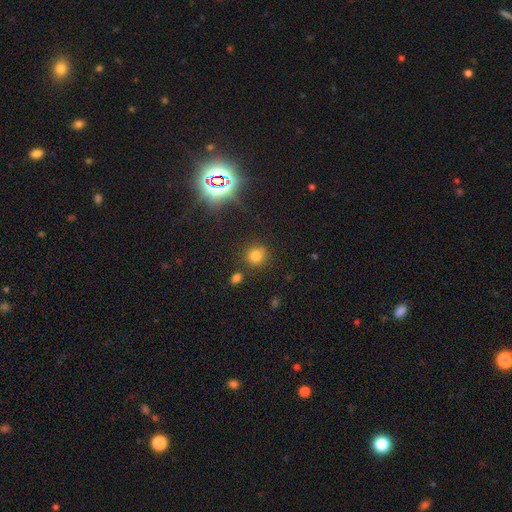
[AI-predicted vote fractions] Smooth or featured? Predicted: smooth (p=0.74). How rounded? Predicted: round (p=0.87). Merging? Predicted: none (p=0.77).